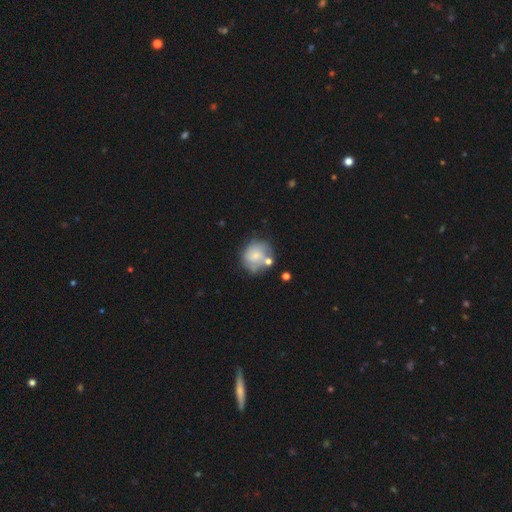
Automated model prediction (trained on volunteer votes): This is possibly a smooth galaxy (55%). How rounded: likely round (76%). Merging: possibly none (51%).